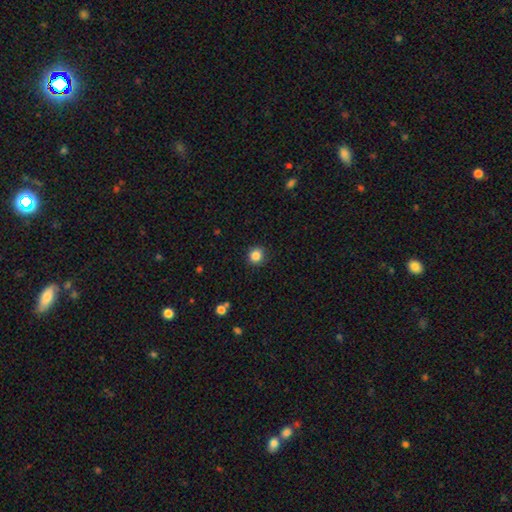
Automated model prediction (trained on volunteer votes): Smooth or featured? Predicted: smooth (p=0.85). How rounded? Predicted: round (p=0.89). Merging? Predicted: none (p=0.89).